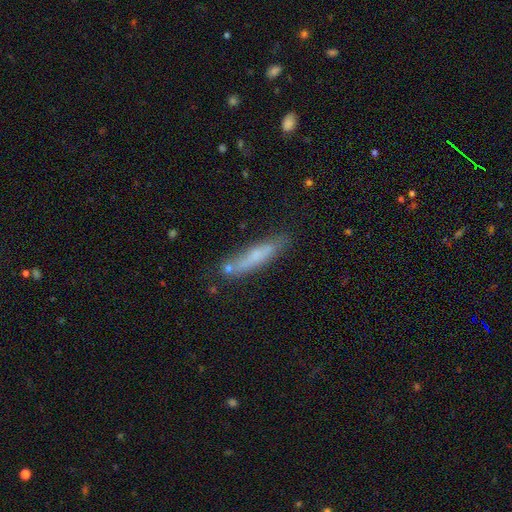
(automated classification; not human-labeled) Smooth or featured?
  - smooth: 59% *
  - featured or disk: 32%
  - star or artifact: 8%
How rounded?
  - cigar-shaped: 89% *
  - in between: 9%
  - round: 2%
Merging?
  - none: 75% *
  - minor disturbance: 15%
  - merger: 6%
  - major disturbance: 4%